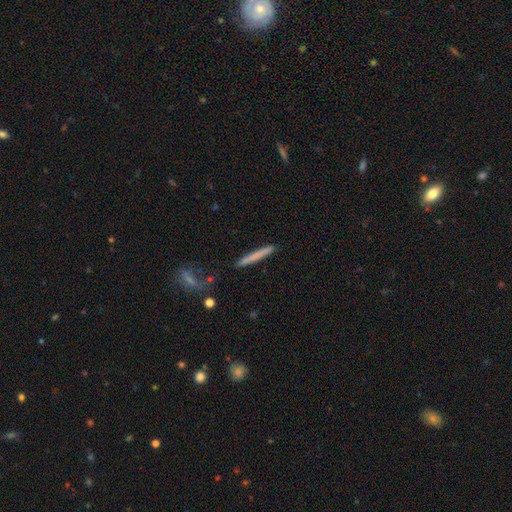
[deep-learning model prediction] Smooth or featured: smooth — 64% (featured or disk — 29%)
How rounded: cigar-shaped — 96% (in between — 2%)
Merging: none — 82% (minor disturbance — 11%)